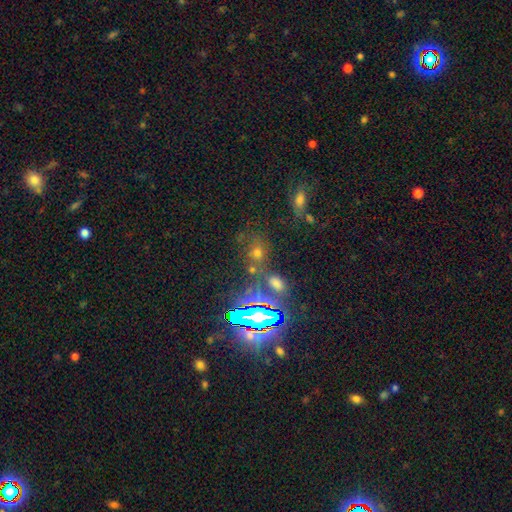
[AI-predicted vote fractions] The model was most divided on "smooth or featured": star or artifact: 69%, smooth: 21%, featured or disk: 11%.